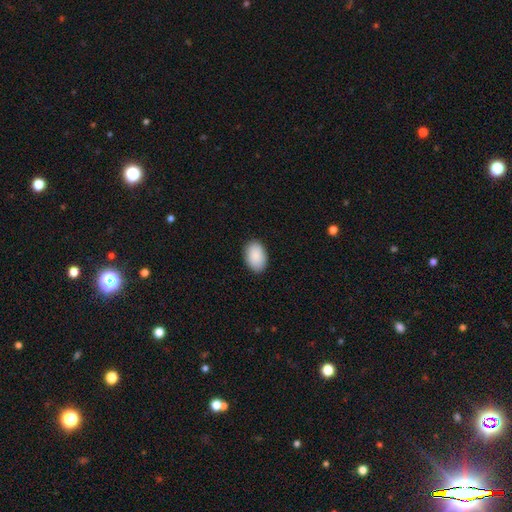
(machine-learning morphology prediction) smooth 90%, star or artifact 6%, featured or disk 4%. Down the decision tree: how rounded — in between (90%); merging — none (88%).